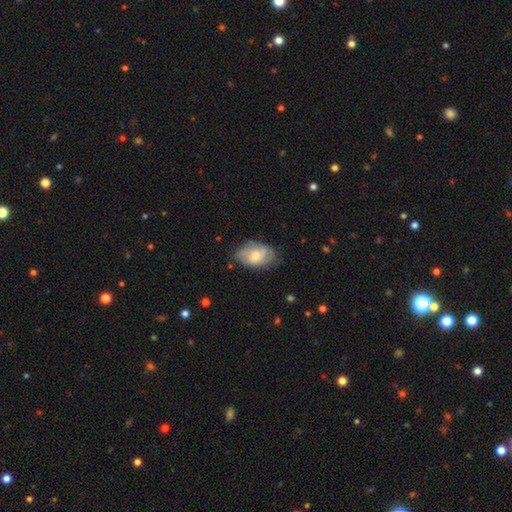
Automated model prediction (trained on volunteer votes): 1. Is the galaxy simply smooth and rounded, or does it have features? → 47% smooth, 46% featured or disk, 7% star or artifact.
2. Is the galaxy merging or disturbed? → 59% none, 30% minor disturbance, 10% major disturbance, 2% merger.